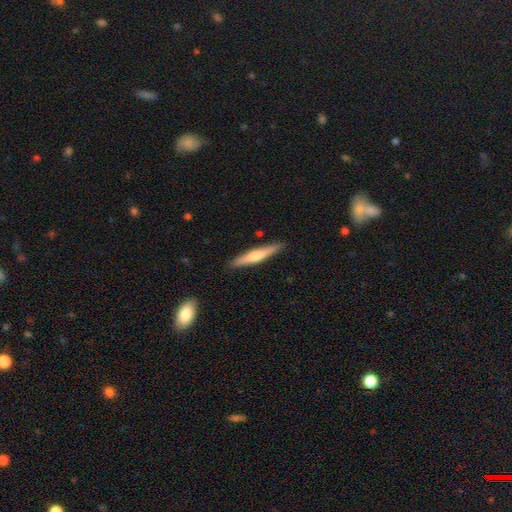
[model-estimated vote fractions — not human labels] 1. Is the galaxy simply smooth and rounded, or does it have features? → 52% smooth, 42% featured or disk, 5% star or artifact.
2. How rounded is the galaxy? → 92% cigar-shaped, 7% in between, 1% round.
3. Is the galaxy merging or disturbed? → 89% none, 8% minor disturbance, 2% major disturbance, 1% merger.